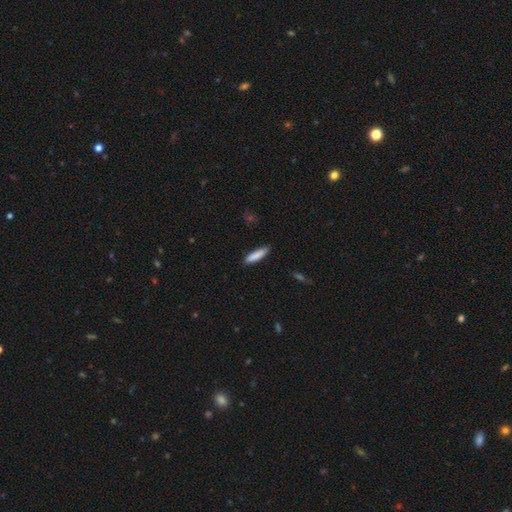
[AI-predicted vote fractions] Q: Smooth or featured?
A: smooth (86%); runner-up: featured or disk (8%)
Q: How rounded?
A: cigar-shaped (80%); runner-up: in between (19%)
Q: Merging?
A: none (86%); runner-up: minor disturbance (10%)